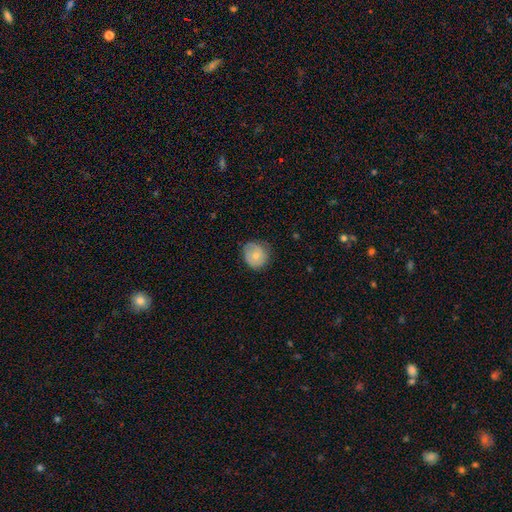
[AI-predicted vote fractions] Q: Smooth or featured?
A: smooth (65%); runner-up: featured or disk (28%)
Q: How rounded?
A: round (82%); runner-up: in between (17%)
Q: Merging?
A: none (69%); runner-up: minor disturbance (24%)